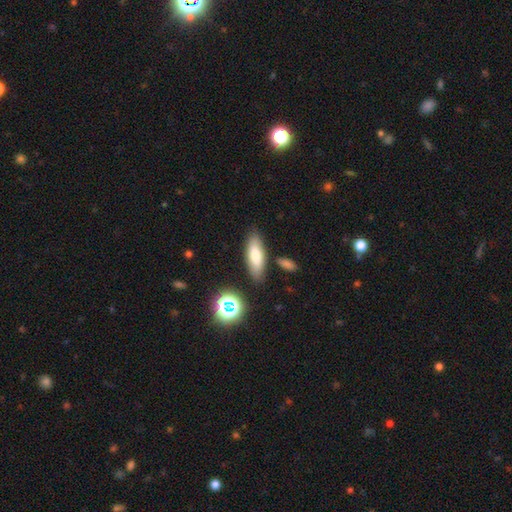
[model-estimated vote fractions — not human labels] Smooth or featured? smooth (72%)
How rounded? in between (66%)
Merging? none (80%)